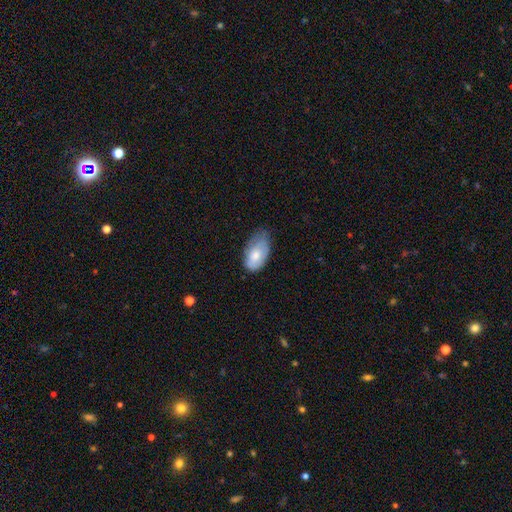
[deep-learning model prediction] Smooth or featured?
  - smooth: 71% *
  - featured or disk: 23%
  - star or artifact: 6%
How rounded?
  - in between: 93% *
  - round: 5%
  - cigar-shaped: 2%
Merging?
  - minor disturbance: 44% *
  - none: 41%
  - major disturbance: 13%
  - merger: 1%